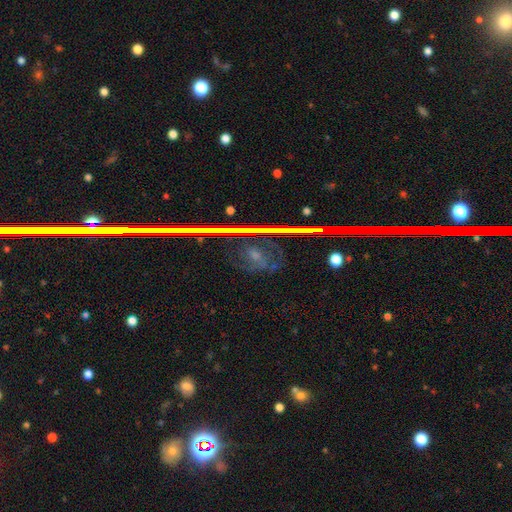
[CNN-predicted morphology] Q: Smooth or featured?
A: star or artifact (42%); runner-up: featured or disk (34%)